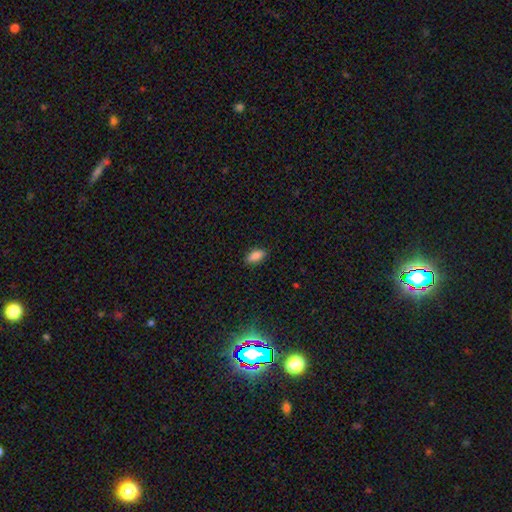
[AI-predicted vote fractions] The model was most divided on "how rounded": in between: 85%, cigar-shaped: 12%, round: 3%. More confident: merging — none (87%); smooth or featured — smooth (84%).